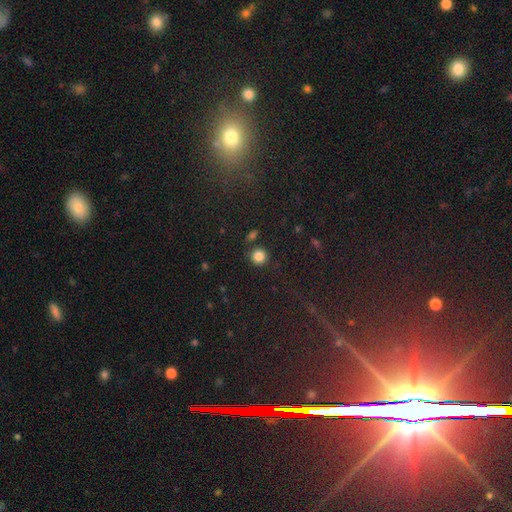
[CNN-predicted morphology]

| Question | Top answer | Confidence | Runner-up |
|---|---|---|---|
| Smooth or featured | star or artifact | 57% | smooth (30%) |